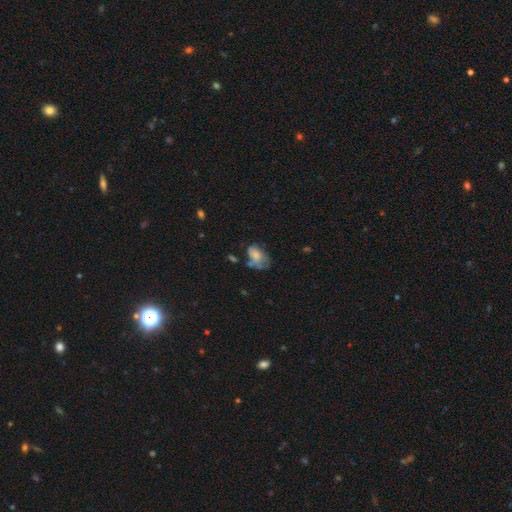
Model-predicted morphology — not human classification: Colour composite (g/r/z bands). It shows a smooth galaxy with no disk features (63%) that is in between round and cigar-shaped (86%). Merging: none (31%).